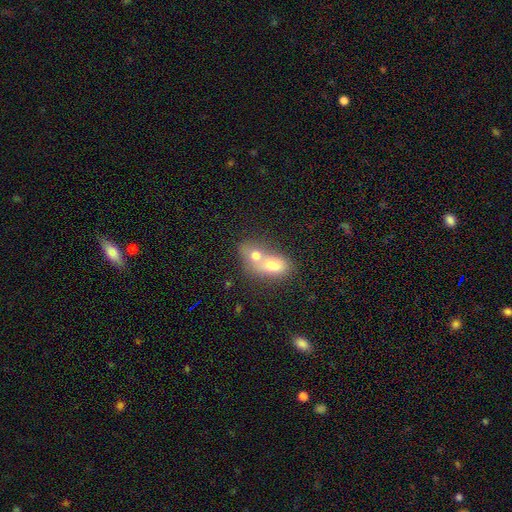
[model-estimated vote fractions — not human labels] A smooth galaxy with no disk features (71%) that is in between round and cigar-shaped (68%).

Vote fractions:
- Smooth or featured? smooth: 71% / featured or disk: 20% / star or artifact: 9%
- How rounded? in between: 68% / round: 30% / cigar-shaped: 2%
- Merging? merger: 77% / none: 14% / minor disturbance: 5% / major disturbance: 3%